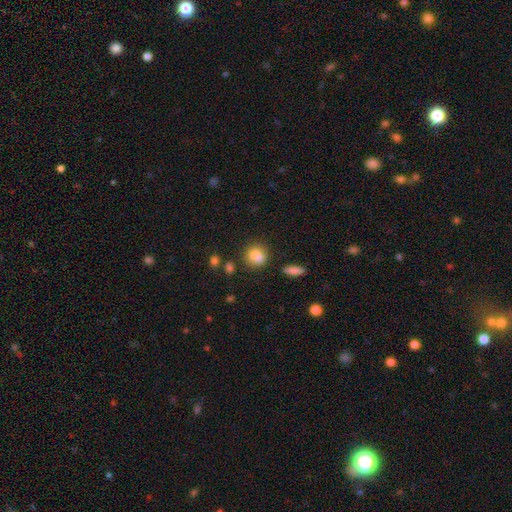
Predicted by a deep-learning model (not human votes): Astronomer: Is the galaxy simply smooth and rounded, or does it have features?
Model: smooth — 85%.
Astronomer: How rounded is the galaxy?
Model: round — 64%.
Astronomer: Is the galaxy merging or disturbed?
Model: none — 73%.